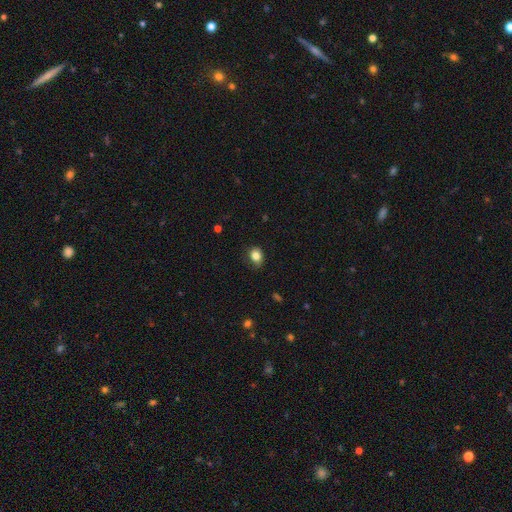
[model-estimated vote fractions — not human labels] Smooth or featured: smooth — 84% (star or artifact — 10%)
How rounded: in between — 57% (round — 42%)
Merging: none — 78% (minor disturbance — 18%)